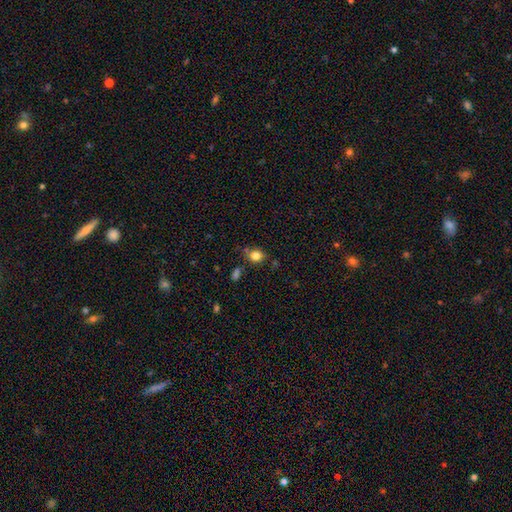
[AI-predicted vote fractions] This appears to be a smooth galaxy with no disk features (81%) that is round (58%). Merging: none (71%).